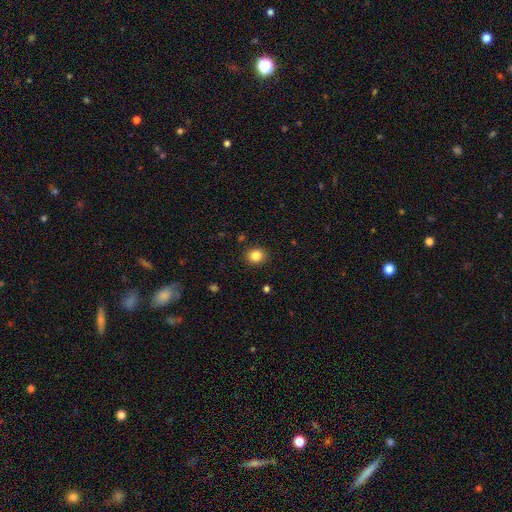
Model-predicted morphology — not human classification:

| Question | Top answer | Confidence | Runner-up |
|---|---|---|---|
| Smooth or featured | smooth | 84% | star or artifact (11%) |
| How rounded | round | 76% | in between (23%) |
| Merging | none | 90% | minor disturbance (7%) |